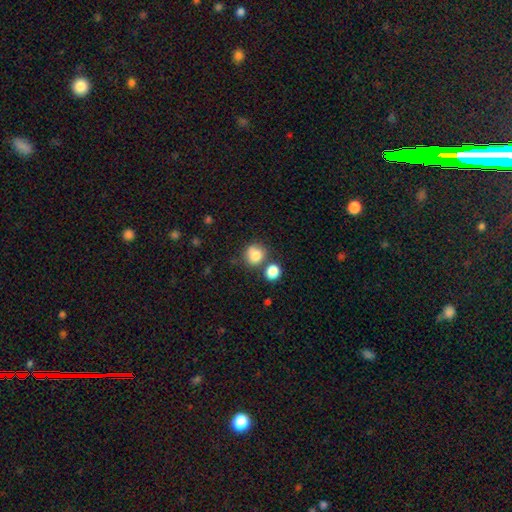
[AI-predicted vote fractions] smooth 79%, star or artifact 11%, featured or disk 10%. Down the decision tree: how rounded — round (79%); merging — none (55%).